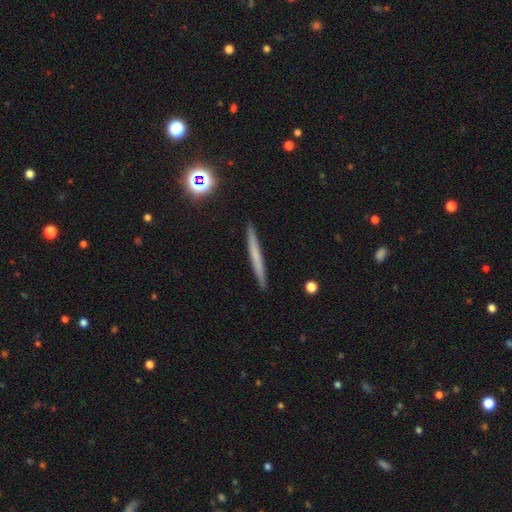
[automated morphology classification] A smooth galaxy with no disk features (55%) that is cigar-shaped (96%). Merging: none (92%).